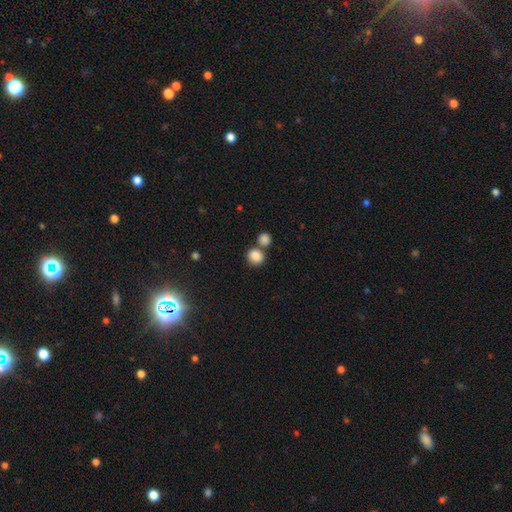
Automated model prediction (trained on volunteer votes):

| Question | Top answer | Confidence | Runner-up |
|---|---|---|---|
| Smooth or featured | smooth | 86% | star or artifact (9%) |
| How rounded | round | 75% | in between (25%) |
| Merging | none | 55% | merger (33%) |